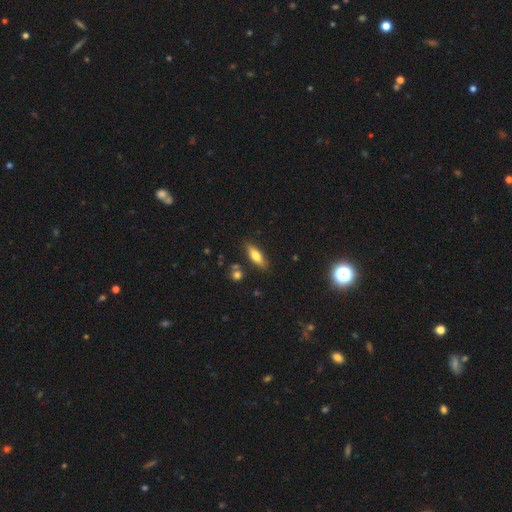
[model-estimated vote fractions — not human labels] smooth_or_featured: smooth (p=0.63) [alt: featured or disk p=0.30]
how_rounded: in between (p=0.54) [alt: cigar-shaped p=0.43]
merging: none (p=0.83) [alt: minor disturbance p=0.11]